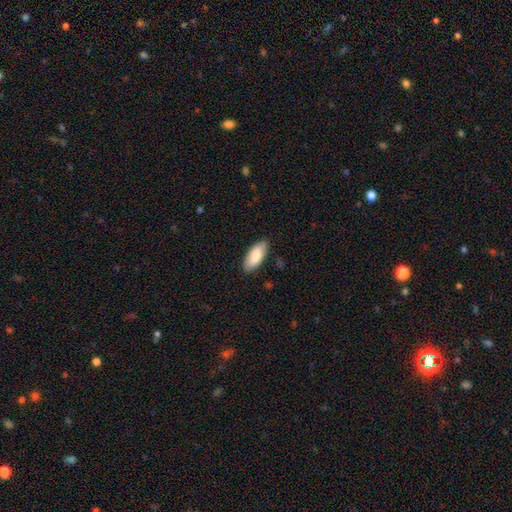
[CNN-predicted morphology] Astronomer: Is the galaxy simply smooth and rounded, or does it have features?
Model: smooth — 83%.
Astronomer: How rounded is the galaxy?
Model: in between — 86%.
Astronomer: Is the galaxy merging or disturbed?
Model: none — 86%.